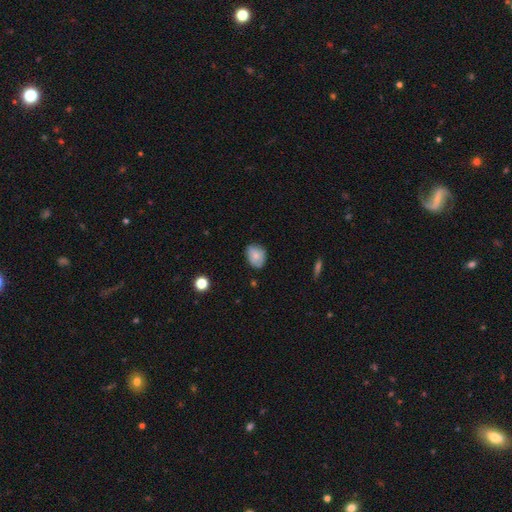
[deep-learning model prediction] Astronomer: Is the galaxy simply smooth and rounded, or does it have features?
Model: smooth — 75%.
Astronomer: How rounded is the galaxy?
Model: in between — 67%.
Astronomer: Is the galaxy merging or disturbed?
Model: none — 72%.